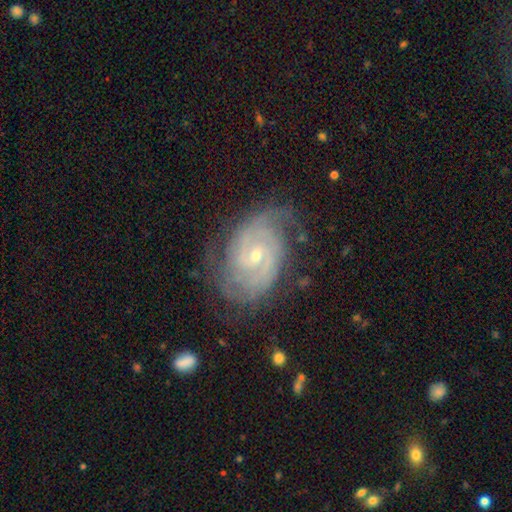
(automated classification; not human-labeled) Overall: featured or disk (89%). Edge-on disk: no (97%). Bar: no (51%; weak 39%). Spiral arms: yes (98%). Spiral arm count: 2 (44%; can't tell 21%). Spiral winding: tight (68%). Bulge size: small (66%; moderate 31%). Merging: none (72%).